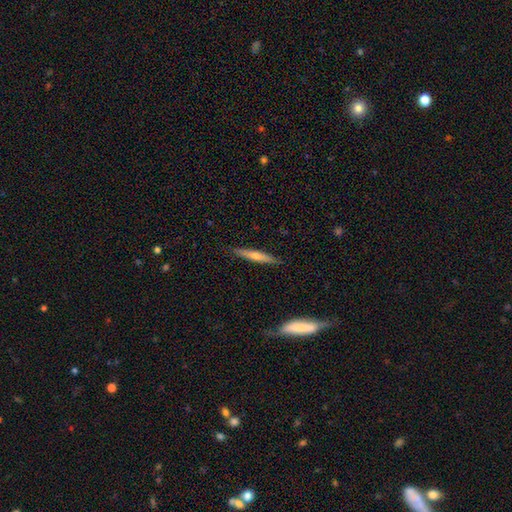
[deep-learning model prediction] Smooth or featured? featured or disk (48%)
Merging? none (87%)